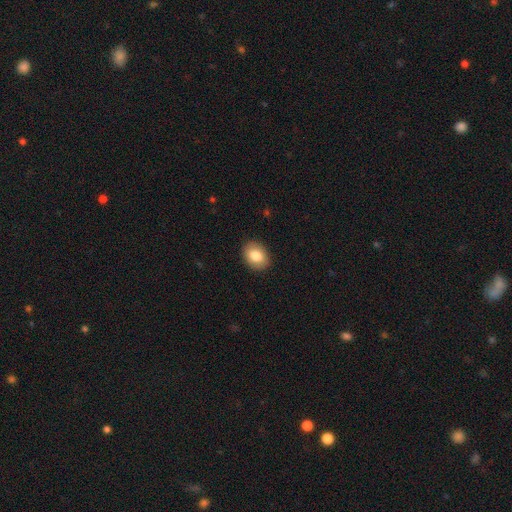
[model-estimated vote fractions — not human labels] A smooth galaxy with no disk features (83%) that is in between round and cigar-shaped (68%).

Vote fractions:
- Smooth or featured? smooth: 83% / featured or disk: 9% / star or artifact: 8%
- How rounded? in between: 68% / round: 31% / cigar-shaped: 1%
- Merging? none: 90% / minor disturbance: 8% / major disturbance: 2% / merger: 1%